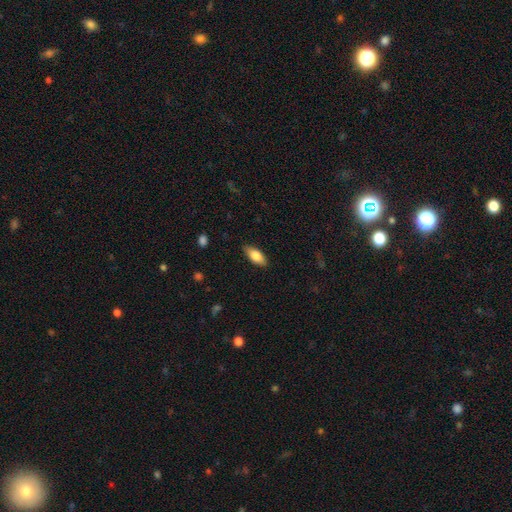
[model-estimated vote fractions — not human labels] The model was most divided on "smooth or featured": smooth: 79%, featured or disk: 14%, star or artifact: 6%. More confident: merging — none (85%); how rounded — in between (83%).